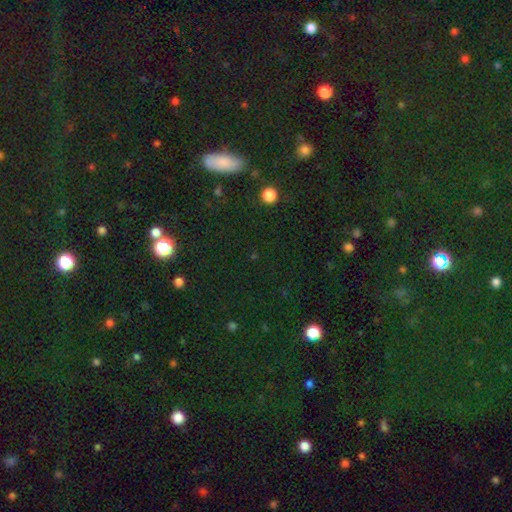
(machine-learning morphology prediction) Smooth or featured? star or artifact (60%)